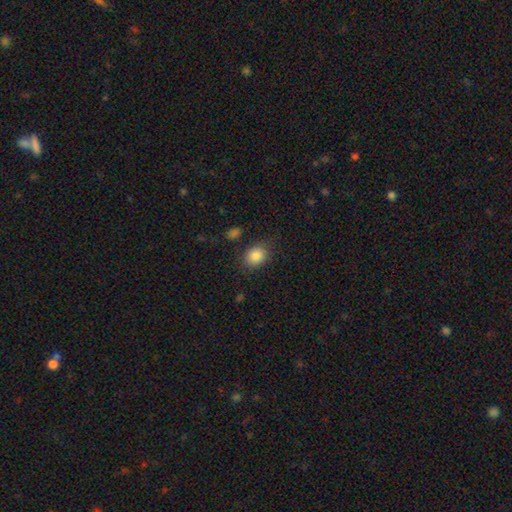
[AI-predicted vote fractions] Smooth or featured? smooth (86%)
How rounded? in between (56%)
Merging? none (78%)